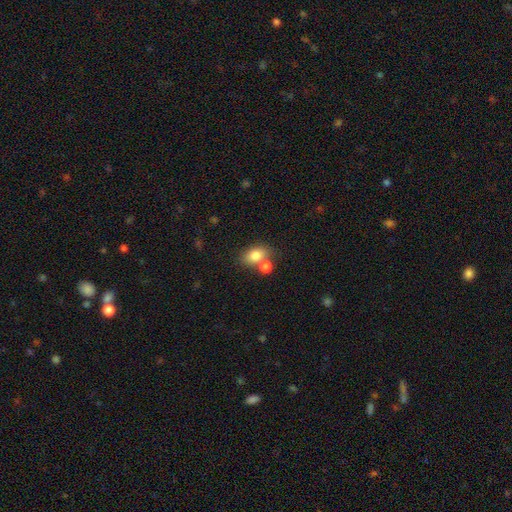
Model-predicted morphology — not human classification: This is likely a smooth galaxy (80%). How rounded: likely in between (74%). Merging: possibly none (55%).